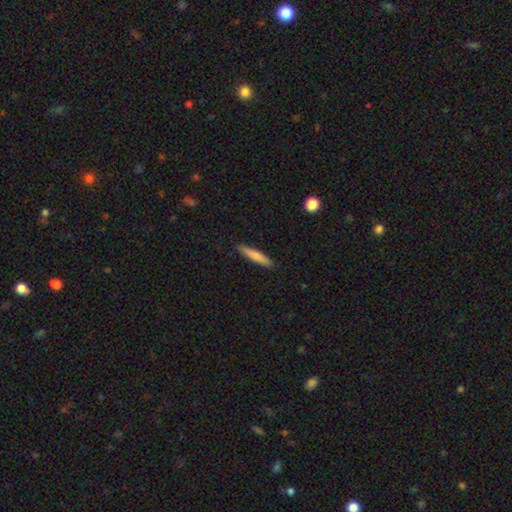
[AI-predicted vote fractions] smooth_or_featured: smooth (p=0.77) [alt: featured or disk p=0.18]
how_rounded: cigar-shaped (p=0.91) [alt: in between p=0.08]
merging: none (p=0.90) [alt: minor disturbance p=0.08]